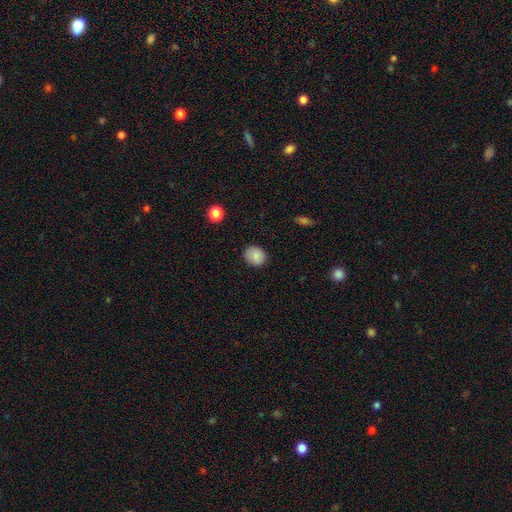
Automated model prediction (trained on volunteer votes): This appears to be a smooth galaxy with no disk features (86%) that is round (68%). Merging: none (85%).